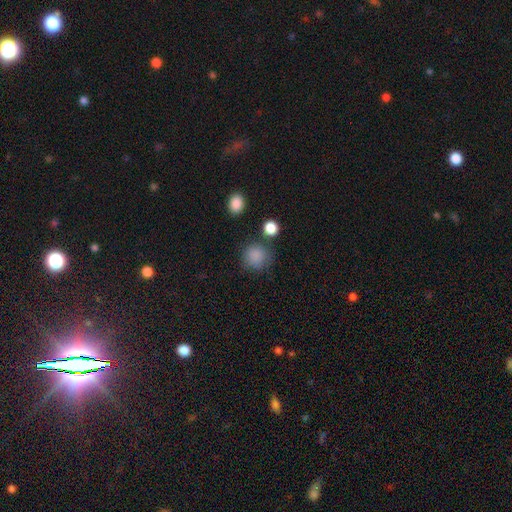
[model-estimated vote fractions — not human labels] This appears to be a smooth galaxy with no disk features (85%) that is round (89%). Merging: none (76%).